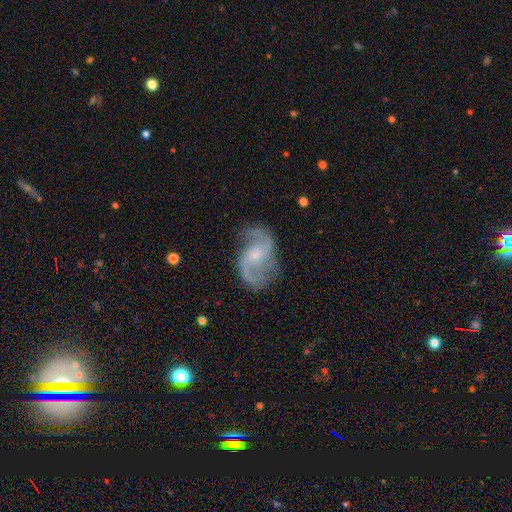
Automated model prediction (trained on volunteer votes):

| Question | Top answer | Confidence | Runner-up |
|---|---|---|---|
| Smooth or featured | featured or disk | 87% | smooth (7%) |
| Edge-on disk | no | 98% | yes (2%) |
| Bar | no | 50% | weak (41%) |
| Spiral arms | yes | 96% | no (4%) |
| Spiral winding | loose | 51% | medium (40%) |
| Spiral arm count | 2 | 89% | can't tell (3%) |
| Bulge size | small | 63% | moderate (26%) |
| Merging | none | 70% | minor disturbance (18%) |